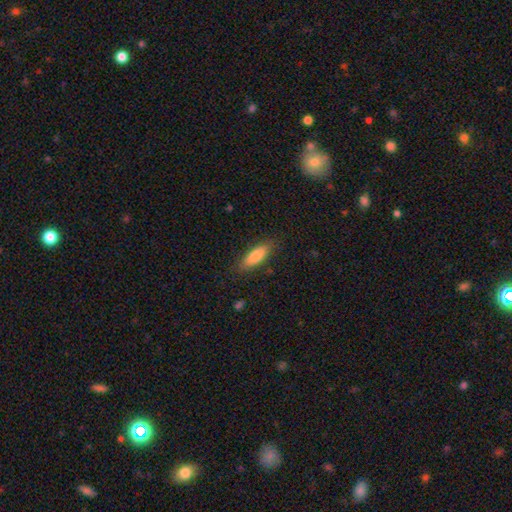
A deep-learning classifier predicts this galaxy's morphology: smooth 81%, featured or disk 12%, star or artifact 7%. Down the decision tree: how rounded — in between (53%); merging — none (85%).